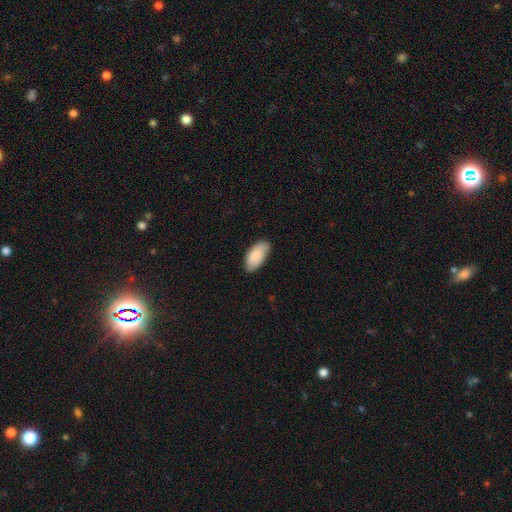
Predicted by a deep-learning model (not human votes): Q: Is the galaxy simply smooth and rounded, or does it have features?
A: smooth — 86%.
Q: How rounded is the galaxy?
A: in between — 94%.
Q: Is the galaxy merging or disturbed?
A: none — 81%.